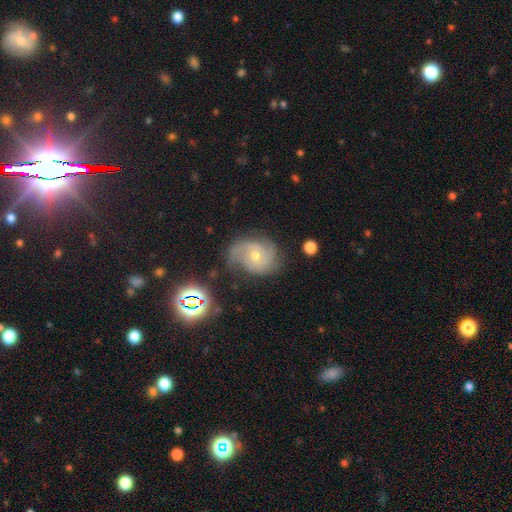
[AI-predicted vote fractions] This appears to be a featured or disk galaxy (75%) with no bar (72%), 2 (37%) medium (44%) spiral arms (94%) and a small central bulge (53%). Merging: none (62%).